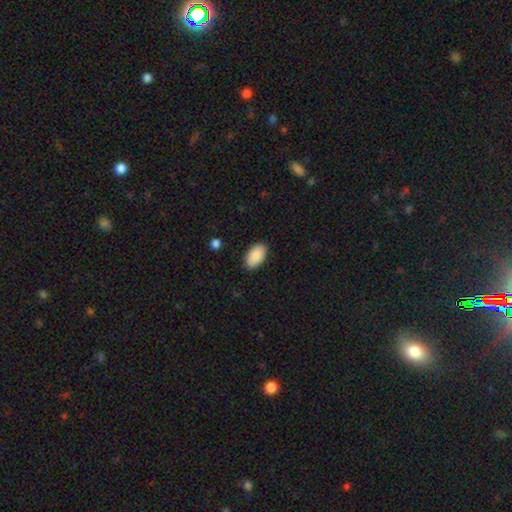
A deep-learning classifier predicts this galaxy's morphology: smooth 90%, star or artifact 6%, featured or disk 4%. Down the decision tree: how rounded — in between (95%); merging — none (88%).